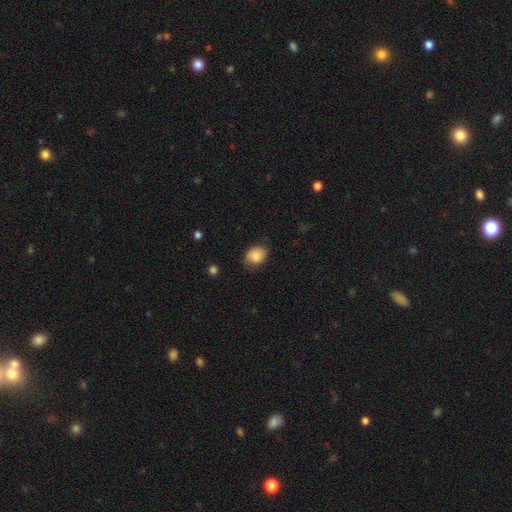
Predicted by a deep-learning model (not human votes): Smooth or featured? Predicted: smooth (p=0.84). How rounded? Predicted: in between (p=0.59). Merging? Predicted: none (p=0.72).